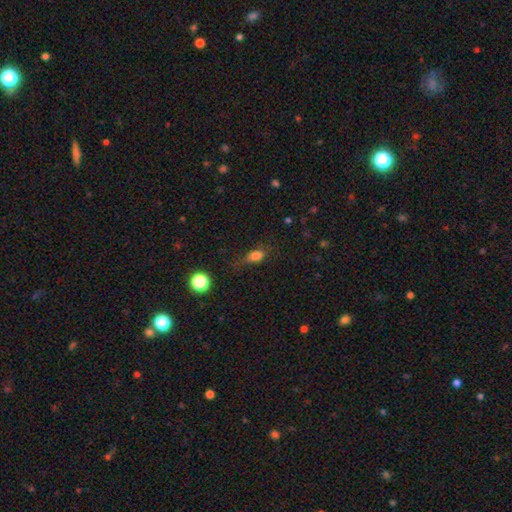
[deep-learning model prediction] A smooth galaxy with no disk features (78%) that is in between round and cigar-shaped (77%).

Vote fractions:
- Smooth or featured? smooth: 78% / star or artifact: 14% / featured or disk: 8%
- How rounded? in between: 77% / round: 14% / cigar-shaped: 9%
- Merging? none: 48% / minor disturbance: 30% / major disturbance: 20% / merger: 3%